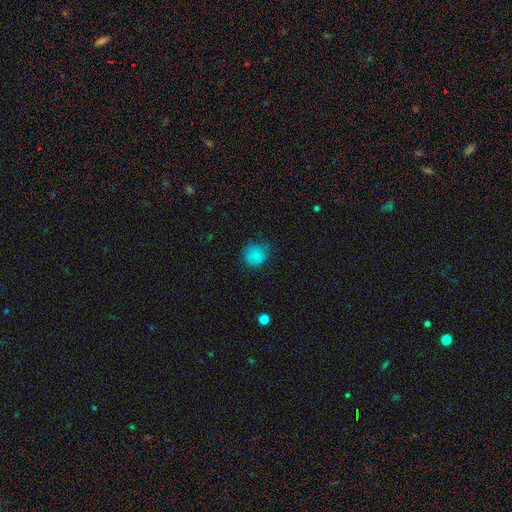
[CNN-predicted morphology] This appears to be a smooth galaxy with no disk features (80%) that is round (80%). Merging: none (61%).